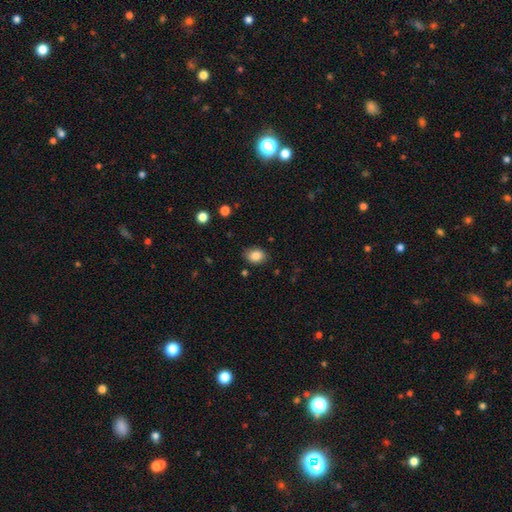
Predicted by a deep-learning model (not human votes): This is clearly a smooth galaxy (85%). How rounded: likely in between (68%). Merging: clearly none (83%).